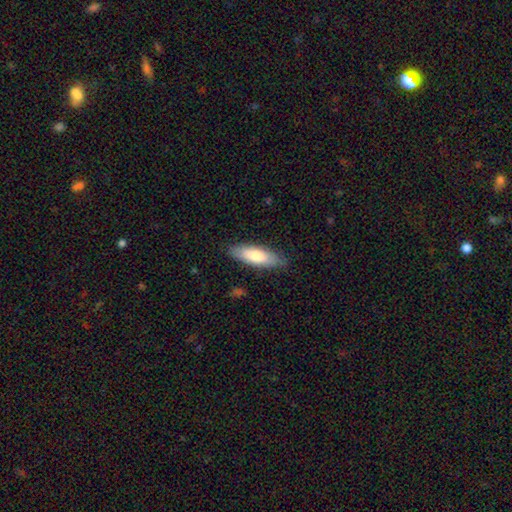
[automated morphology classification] The model was most divided on "how rounded": in between: 56%, cigar-shaped: 42%, round: 1%. More confident: merging — none (85%); smooth or featured — smooth (78%).